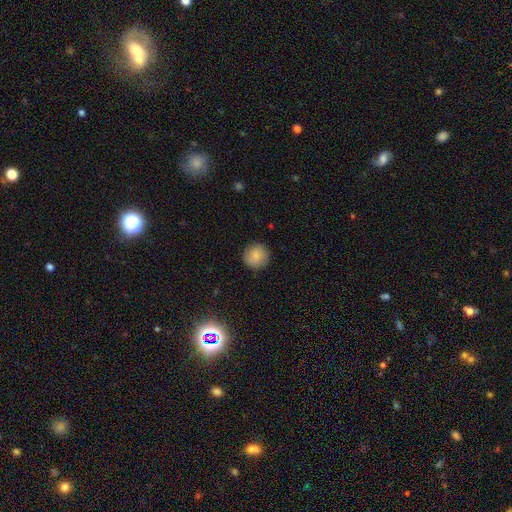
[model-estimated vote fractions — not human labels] This is clearly a smooth galaxy (80%). How rounded: clearly round (94%). Merging: clearly none (89%).